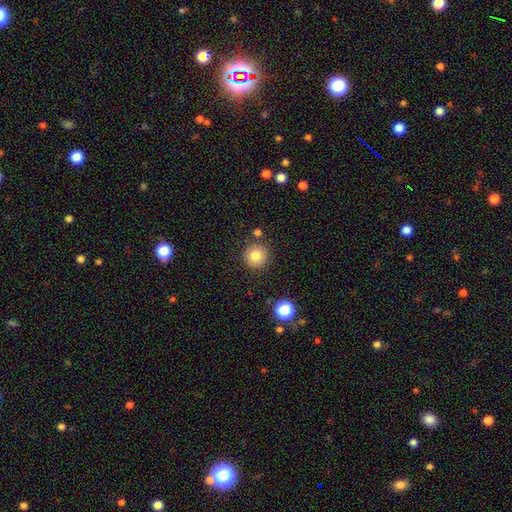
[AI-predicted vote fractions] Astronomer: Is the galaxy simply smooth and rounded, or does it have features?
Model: smooth — 81%.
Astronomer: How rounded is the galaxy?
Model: round — 94%.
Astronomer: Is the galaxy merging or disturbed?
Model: none — 85%.